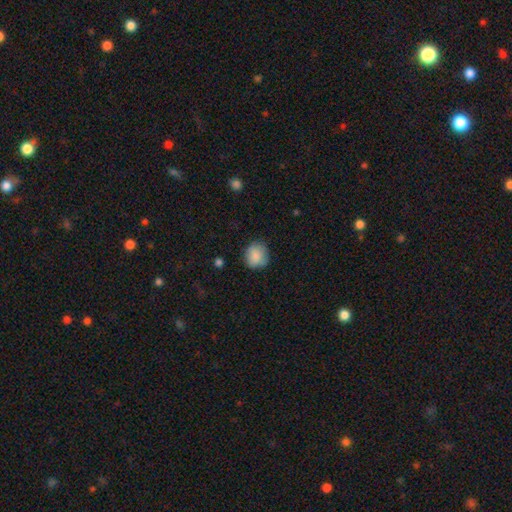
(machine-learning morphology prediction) type=smooth (86%); roundness=round (82%); merging=none (79%).